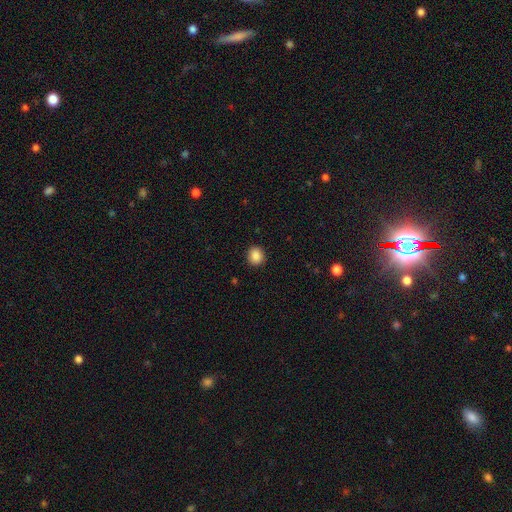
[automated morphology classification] Smooth or featured?
  - smooth: 88% *
  - star or artifact: 9%
  - featured or disk: 3%
How rounded?
  - round: 77% *
  - in between: 22%
  - cigar-shaped: 1%
Merging?
  - none: 91% *
  - minor disturbance: 6%
  - major disturbance: 2%
  - merger: 1%